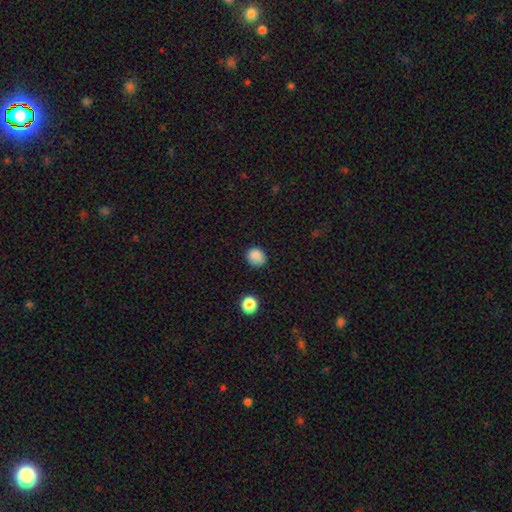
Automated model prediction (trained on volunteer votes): Morphology: type=smooth (86%); roundness=round (80%); merging=none (80%).